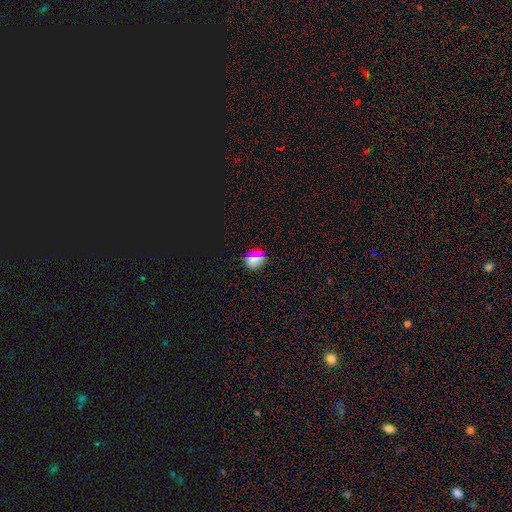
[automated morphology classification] Smooth or featured? smooth (62%)
How rounded? round (77%)
Merging? none (87%)